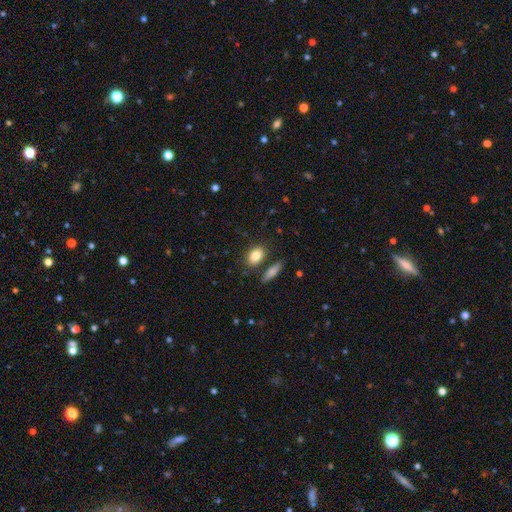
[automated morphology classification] This appears to be a smooth galaxy with no disk features (84%) that is in between round and cigar-shaped (77%). Merging: none (76%).